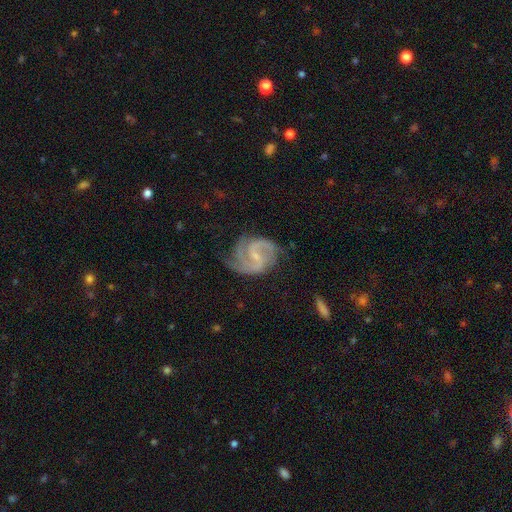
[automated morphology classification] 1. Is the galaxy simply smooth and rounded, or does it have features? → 91% featured or disk, 5% smooth, 5% star or artifact.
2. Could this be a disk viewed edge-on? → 98% no, 2% yes.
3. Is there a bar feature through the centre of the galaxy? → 54% weak, 25% no, 20% strong.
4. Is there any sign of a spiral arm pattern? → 98% yes, 2% no.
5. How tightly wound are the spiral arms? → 56% medium, 27% tight, 17% loose.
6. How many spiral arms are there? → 67% 2, 19% 3, 5% can't tell, 3% 1, 3% 4, 3% more than 4.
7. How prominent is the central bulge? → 69% small, 20% moderate, 8% none, 1% large, 1% dominant.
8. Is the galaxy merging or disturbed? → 64% none, 23% minor disturbance, 11% major disturbance, 2% merger.